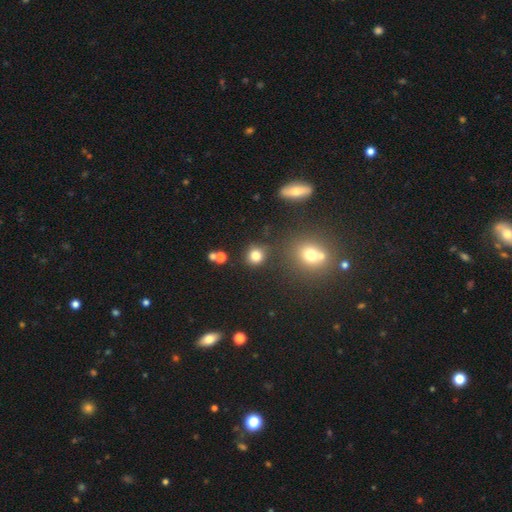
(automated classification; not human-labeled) smooth-or-featured: smooth: 79% | star or artifact: 15% | featured or disk: 6%
  how-rounded: round: 88% | in between: 11% | cigar-shaped: 1%
  merging: none: 81% | minor disturbance: 9% | merger: 6% | major disturbance: 3%